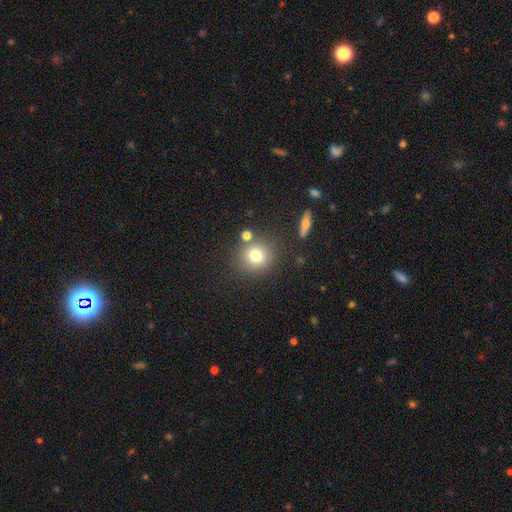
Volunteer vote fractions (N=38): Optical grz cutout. It shows a smooth galaxy with no disk features (84%) that is round (94%). Merging: none (89%).